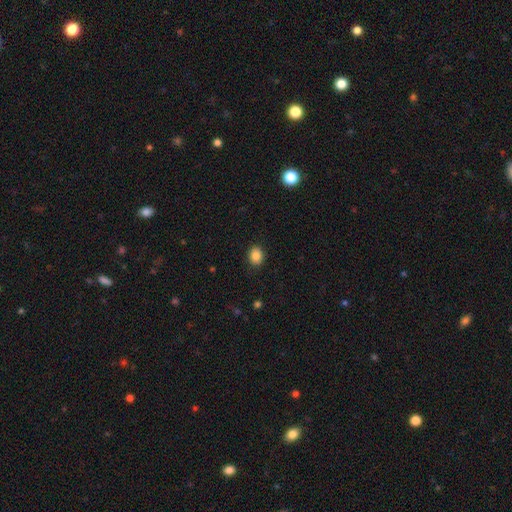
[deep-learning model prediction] Smooth or featured?
  - smooth: 86% *
  - star or artifact: 10%
  - featured or disk: 4%
How rounded?
  - round: 52% *
  - in between: 47%
  - cigar-shaped: 1%
Merging?
  - none: 89% *
  - minor disturbance: 8%
  - major disturbance: 2%
  - merger: 1%